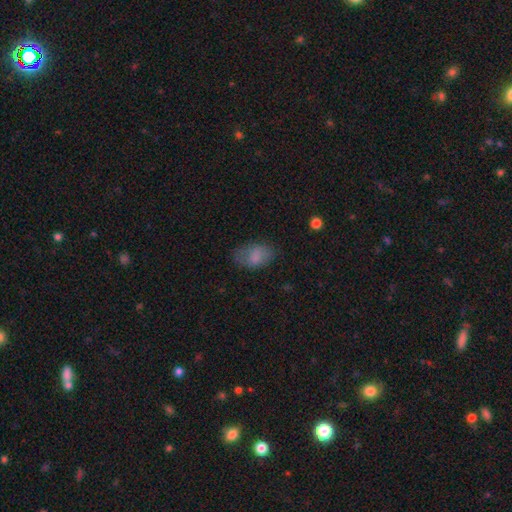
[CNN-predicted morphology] Q: Smooth or featured?
A: smooth (77%); runner-up: featured or disk (14%)
Q: How rounded?
A: in between (90%); runner-up: round (9%)
Q: Merging?
A: none (66%); runner-up: minor disturbance (23%)